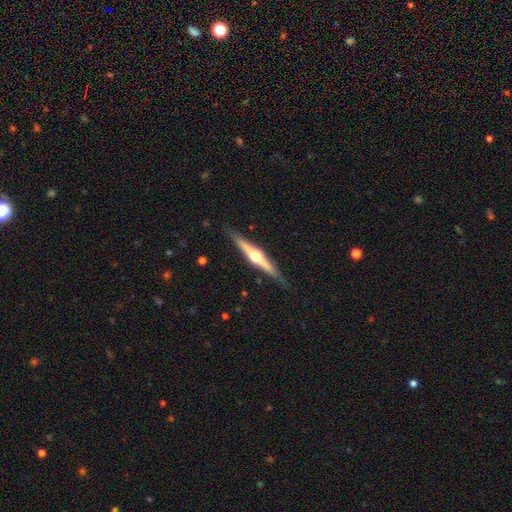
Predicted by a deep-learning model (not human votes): Smooth or featured? featured or disk (76%)
Edge-on disk? yes (98%)
Edge-on bulge? rounded (94%)
Merging? none (87%)